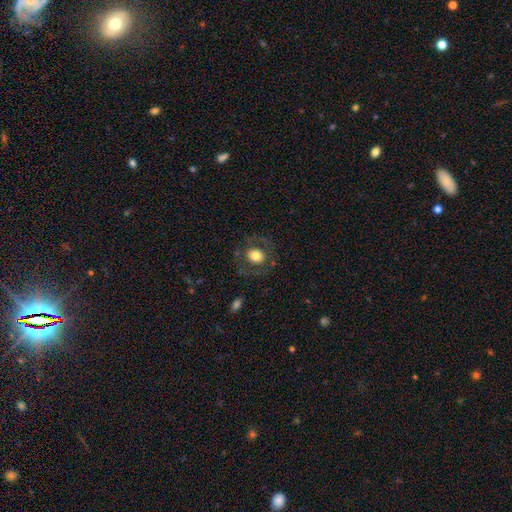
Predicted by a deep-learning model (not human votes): Morphology: type=smooth (62%); roundness=round (67%); merging=none (78%).